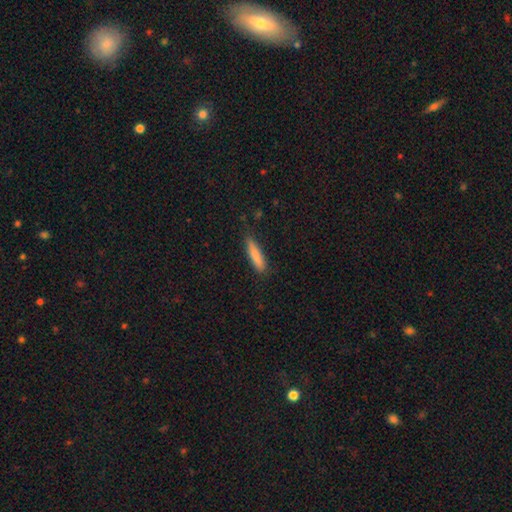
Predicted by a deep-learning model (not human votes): A smooth galaxy with no disk features (82%) that is cigar-shaped (81%).

Vote fractions:
- Smooth or featured? smooth: 82% / featured or disk: 12% / star or artifact: 6%
- How rounded? cigar-shaped: 81% / in between: 17% / round: 1%
- Merging? none: 83% / minor disturbance: 13% / major disturbance: 2% / merger: 1%